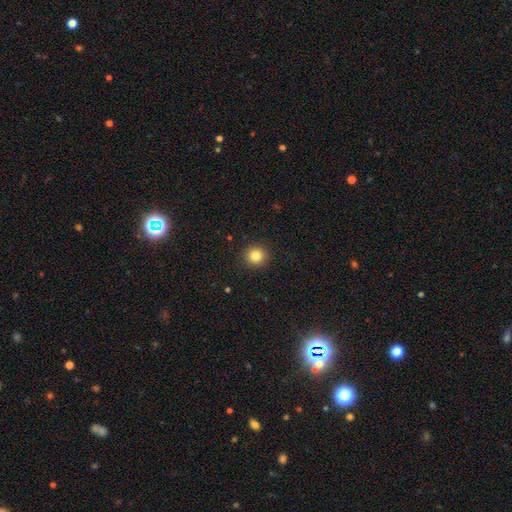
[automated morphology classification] This appears to be a smooth galaxy with no disk features (83%) that is round (93%). Merging: none (93%).